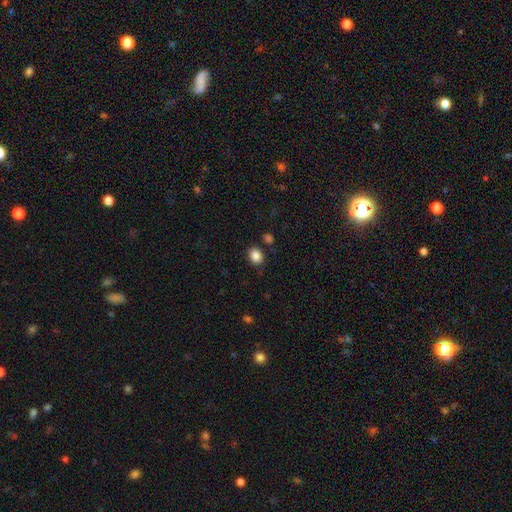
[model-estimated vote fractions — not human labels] The model was most divided on "how rounded": in between: 51%, round: 49%, cigar-shaped: 1%. More confident: smooth or featured — smooth (86%); merging — none (85%).